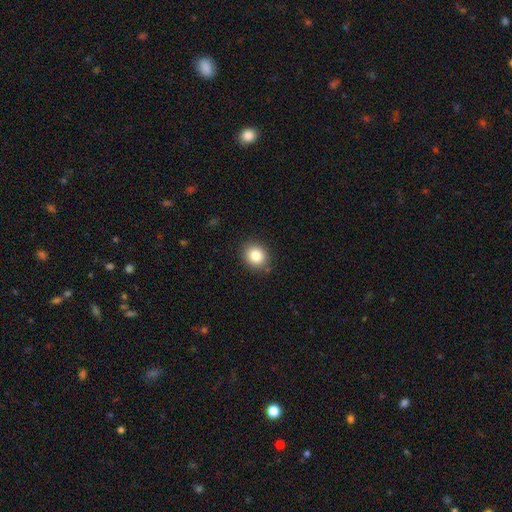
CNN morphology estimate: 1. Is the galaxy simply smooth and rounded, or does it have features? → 83% smooth, 10% star or artifact, 7% featured or disk.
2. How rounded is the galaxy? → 73% round, 26% in between, 1% cigar-shaped.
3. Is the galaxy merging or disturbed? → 87% none, 9% minor disturbance, 2% major disturbance, 1% merger.